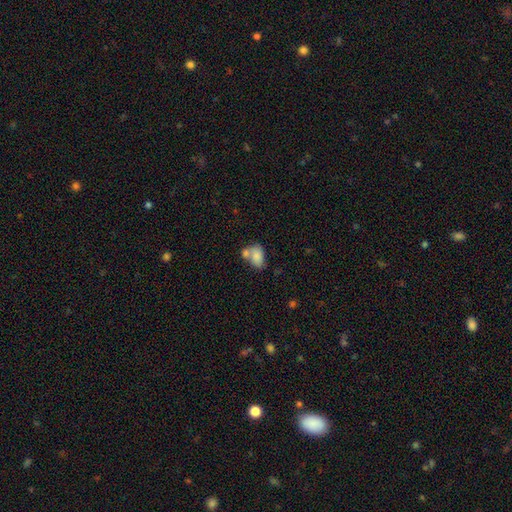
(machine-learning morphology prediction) smooth-or-featured: smooth: 77% | featured or disk: 15% | star or artifact: 8%
  how-rounded: in between: 82% | round: 17% | cigar-shaped: 1%
  merging: merger: 51% | none: 27% | minor disturbance: 14% | major disturbance: 7%